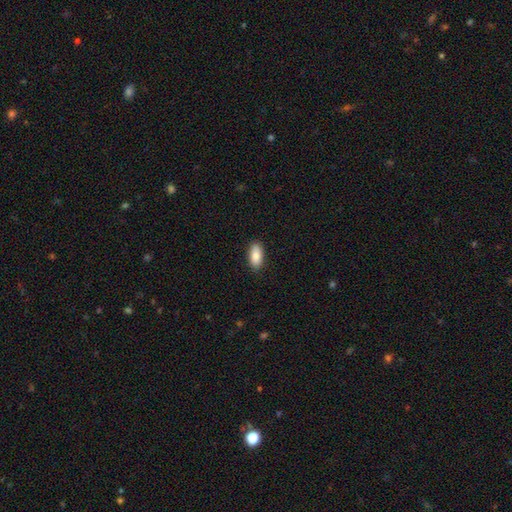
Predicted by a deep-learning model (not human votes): A smooth galaxy with no disk features (84%) that is in between round and cigar-shaped (89%).

Vote fractions:
- Smooth or featured? smooth: 84% / featured or disk: 10% / star or artifact: 6%
- How rounded? in between: 89% / cigar-shaped: 8% / round: 3%
- Merging? none: 89% / minor disturbance: 9% / major disturbance: 2% / merger: 1%